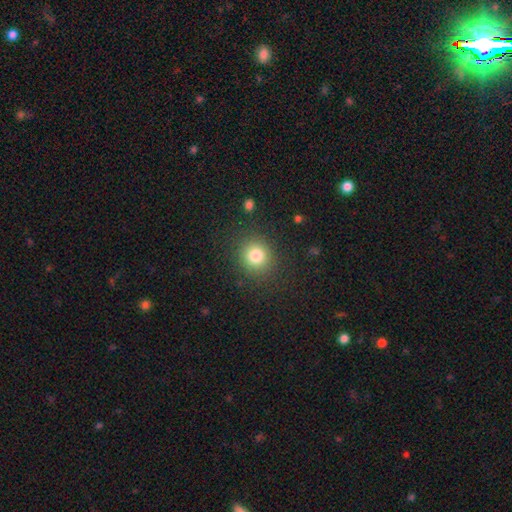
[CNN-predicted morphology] Smooth or featured? Predicted: smooth (p=0.80). How rounded? Predicted: round (p=0.86). Merging? Predicted: none (p=0.87).